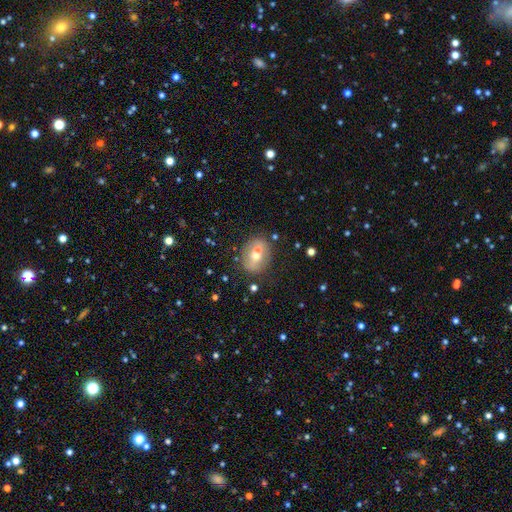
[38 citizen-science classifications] Smooth or featured? 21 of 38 (55%) said smooth. How rounded? 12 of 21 (57%) said round. Merging? 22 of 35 (63%) said none.